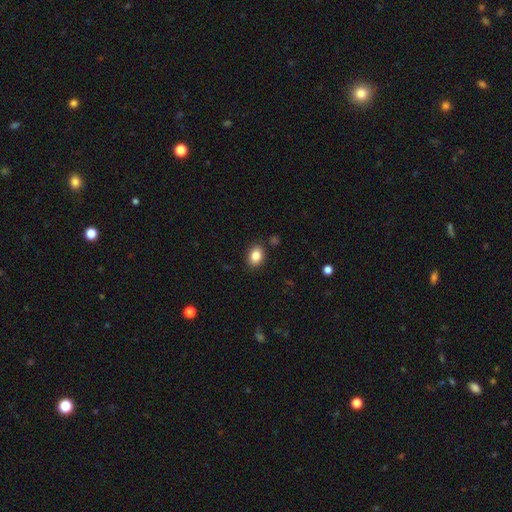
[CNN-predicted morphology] smooth_or_featured: smooth (p=0.85) [alt: star or artifact p=0.09]
how_rounded: in between (p=0.73) [alt: round p=0.26]
merging: none (p=0.87) [alt: minor disturbance p=0.09]